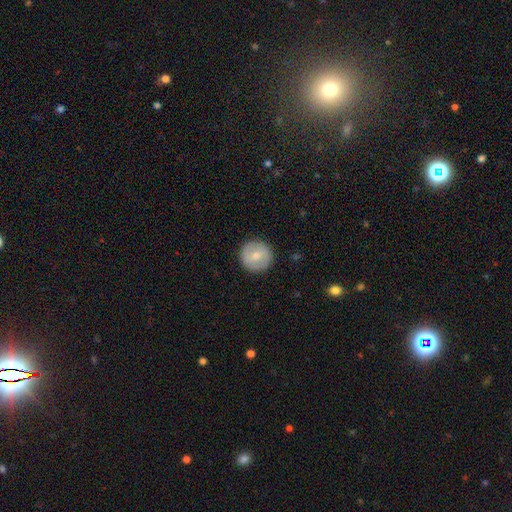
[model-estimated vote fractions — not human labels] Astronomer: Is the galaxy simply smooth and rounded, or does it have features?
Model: smooth — 68%.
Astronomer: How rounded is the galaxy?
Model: round — 95%.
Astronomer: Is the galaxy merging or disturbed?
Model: none — 91%.